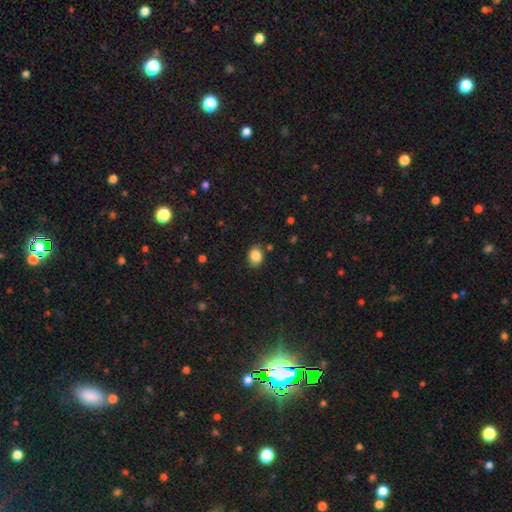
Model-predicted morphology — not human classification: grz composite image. It shows a smooth galaxy with no disk features (87%) that is in between round and cigar-shaped (52%). Merging: none (82%).